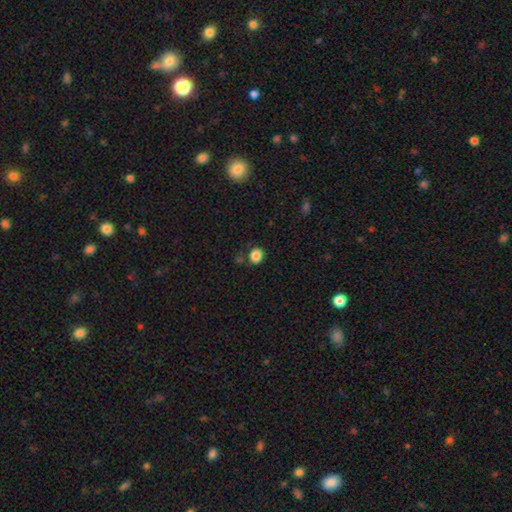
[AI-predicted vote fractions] smooth_or_featured: smooth (p=0.85) [alt: star or artifact p=0.11]
how_rounded: round (p=0.78) [alt: in between p=0.21]
merging: none (p=0.80) [alt: minor disturbance p=0.12]